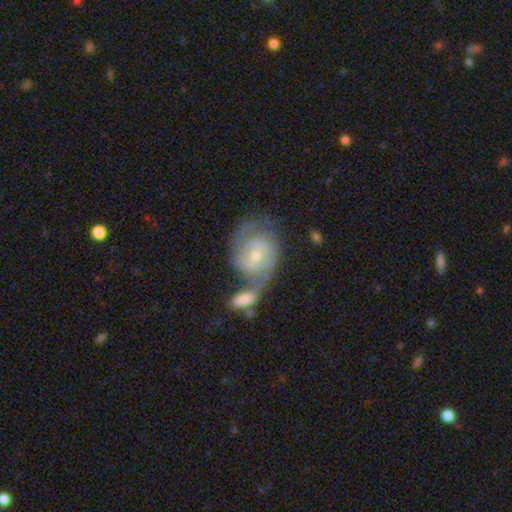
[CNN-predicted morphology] Smooth or featured? Predicted: featured or disk (p=0.80). Edge-on disk? Predicted: no (p=0.97). Bar? Predicted: no (p=0.51). Spiral arms? Predicted: yes (p=0.92). Spiral winding? Predicted: tight (p=0.44). Spiral arm count? Predicted: 2 (p=0.67). Bulge size? Predicted: small (p=0.64). Merging? Predicted: merger (p=0.43).